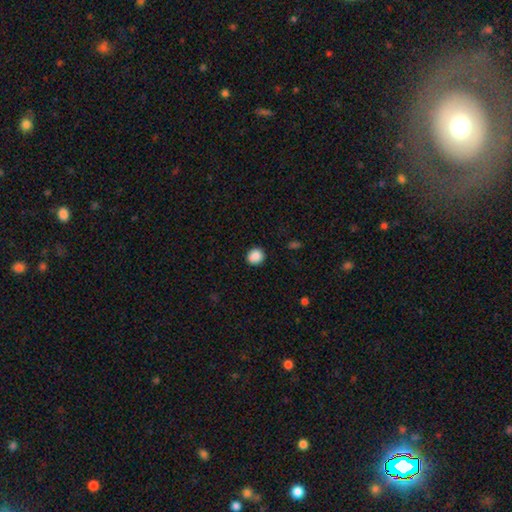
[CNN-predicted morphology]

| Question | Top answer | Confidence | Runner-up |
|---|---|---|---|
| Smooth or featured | smooth | 89% | star or artifact (9%) |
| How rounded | round | 87% | in between (12%) |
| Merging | none | 90% | minor disturbance (7%) |